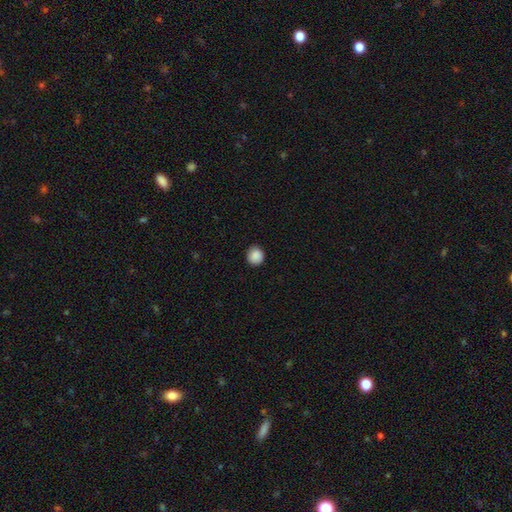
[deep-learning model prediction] Overall: smooth (89%). How rounded: round (91%). Merging: none (91%).